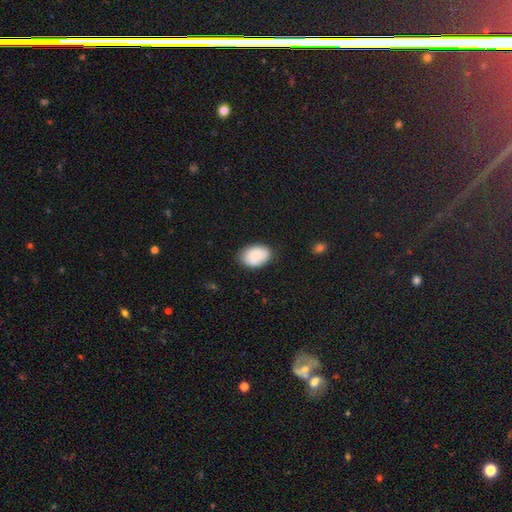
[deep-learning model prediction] This appears to be a smooth galaxy with no disk features (84%) that is in between round and cigar-shaped (85%). Merging: none (79%).